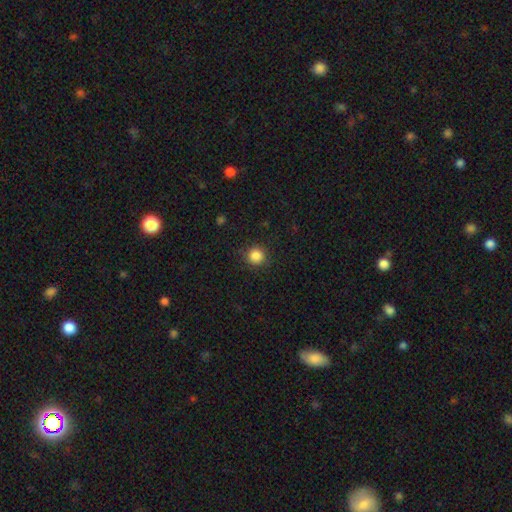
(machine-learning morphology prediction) The model was most divided on "smooth or featured": smooth: 86%, star or artifact: 11%, featured or disk: 3%. More confident: how rounded — round (94%); merging — none (88%).